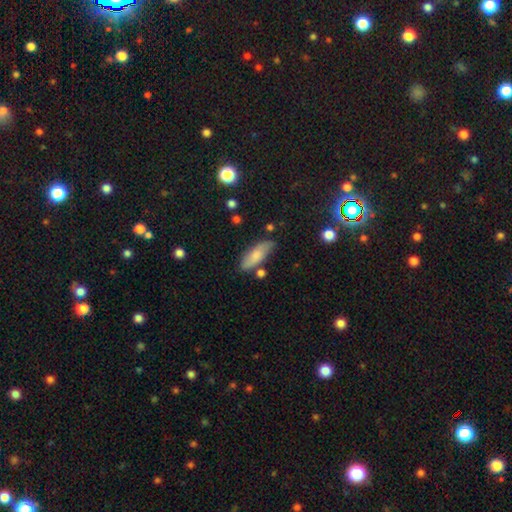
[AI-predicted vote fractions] This is likely a smooth galaxy (73%). How rounded: likely in between (71%). Merging: likely none (70%).